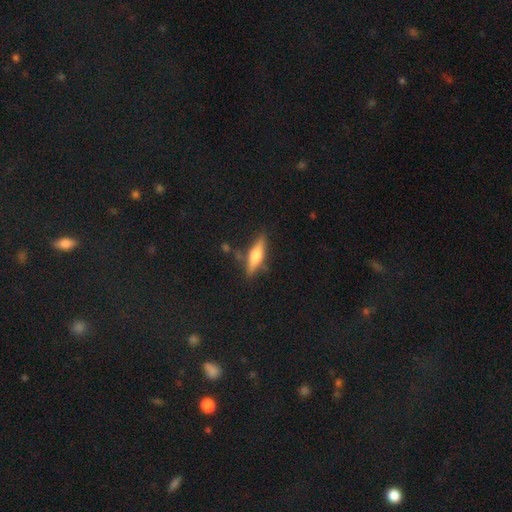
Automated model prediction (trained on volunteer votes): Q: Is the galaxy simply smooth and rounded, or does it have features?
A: featured or disk — 49%.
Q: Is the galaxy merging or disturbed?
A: none — 79%.